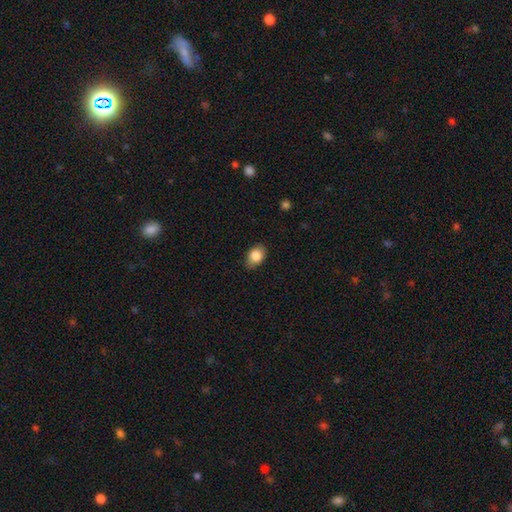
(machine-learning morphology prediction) The model was most divided on "how rounded": in between: 83%, round: 15%, cigar-shaped: 1%. More confident: smooth or featured — smooth (85%); merging — none (84%).